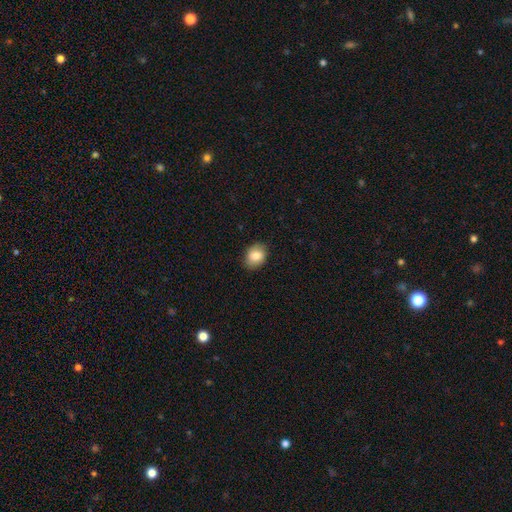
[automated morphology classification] Smooth or featured? smooth (81%)
How rounded? in between (64%)
Merging? none (85%)